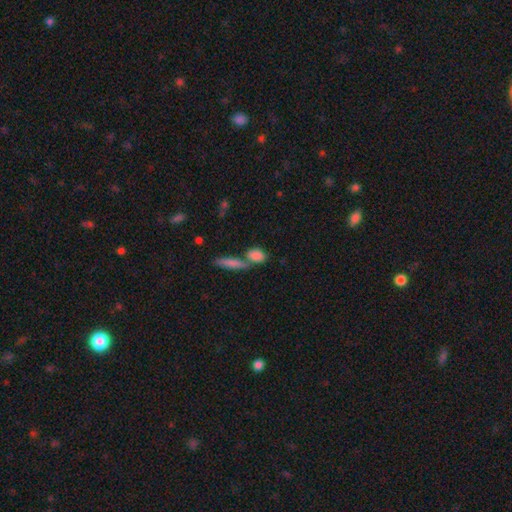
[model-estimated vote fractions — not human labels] Smooth or featured: smooth — 82% (featured or disk — 10%)
How rounded: in between — 68% (cigar-shaped — 16%)
Merging: none — 47% (merger — 39%)